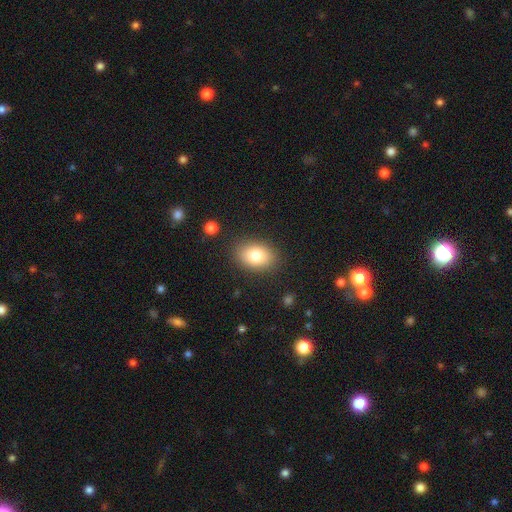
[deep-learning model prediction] Smooth or featured?
  - smooth: 81% *
  - featured or disk: 10%
  - star or artifact: 9%
How rounded?
  - in between: 79% *
  - round: 20%
  - cigar-shaped: 1%
Merging?
  - none: 86% *
  - minor disturbance: 10%
  - major disturbance: 3%
  - merger: 2%